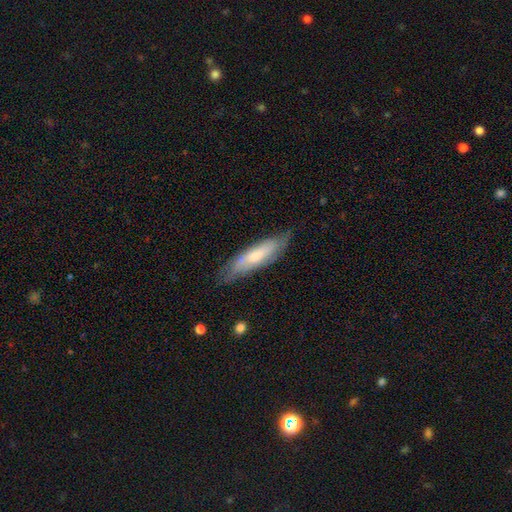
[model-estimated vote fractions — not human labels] Q: Smooth or featured?
A: smooth (53%); runner-up: featured or disk (41%)
Q: How rounded?
A: cigar-shaped (69%); runner-up: in between (29%)
Q: Merging?
A: none (72%); runner-up: minor disturbance (22%)